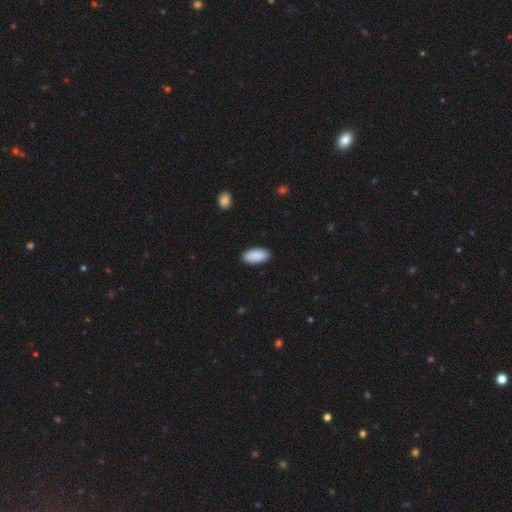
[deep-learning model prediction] The model was most divided on "merging": none: 89%, minor disturbance: 8%, major disturbance: 2%, merger: 1%. More confident: how rounded — in between (94%); smooth or featured — smooth (91%).